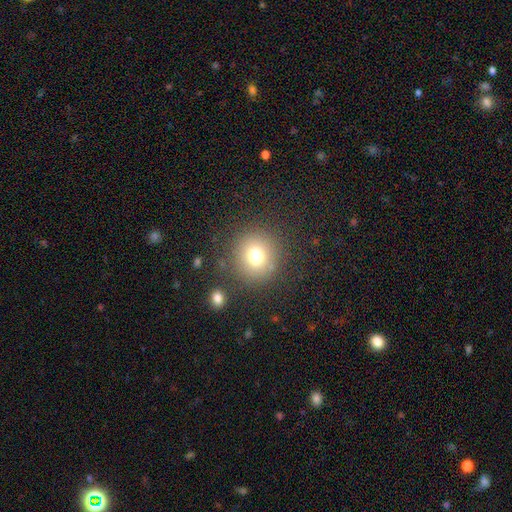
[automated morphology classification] Smooth or featured? Predicted: smooth (p=0.74). How rounded? Predicted: round (p=0.93). Merging? Predicted: none (p=0.84).